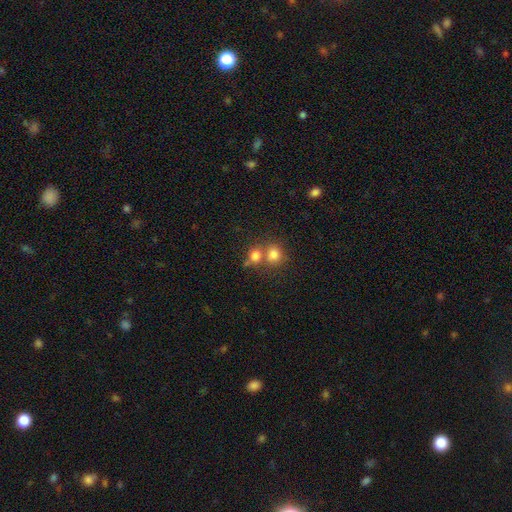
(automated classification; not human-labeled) Overall: smooth (76%). How rounded: round (71%). Merging: merger (48%; none 41%).